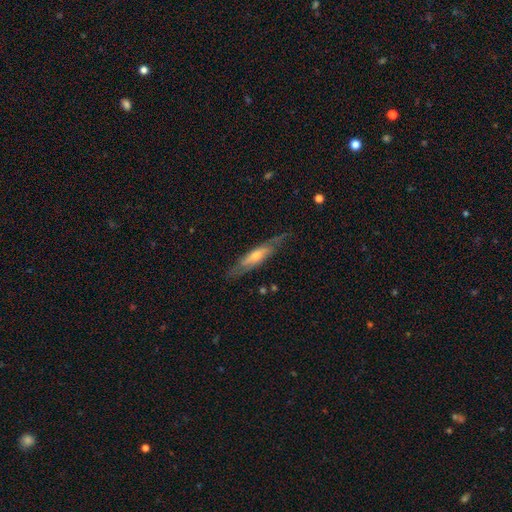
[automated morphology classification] smooth_or_featured: featured or disk (p=0.66) [alt: smooth p=0.29]
disk_edge_on: yes (p=0.51) [alt: no p=0.49]
merging: none (p=0.72) [alt: minor disturbance p=0.20]